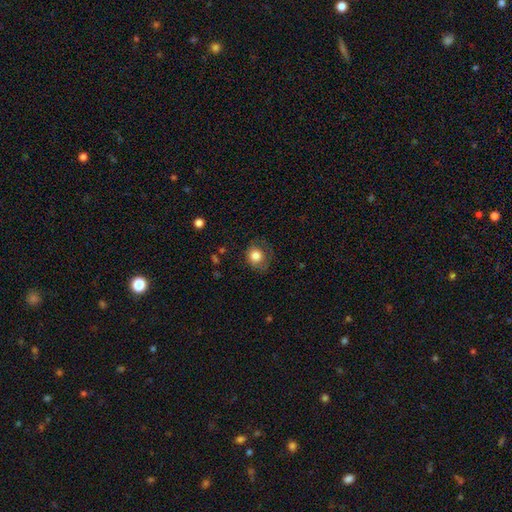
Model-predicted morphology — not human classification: A smooth galaxy with no disk features (81%) that is round (76%).

Vote fractions:
- Smooth or featured? smooth: 81% / featured or disk: 10% / star or artifact: 9%
- How rounded? round: 76% / in between: 23% / cigar-shaped: 1%
- Merging? none: 61% / minor disturbance: 25% / major disturbance: 13% / merger: 1%